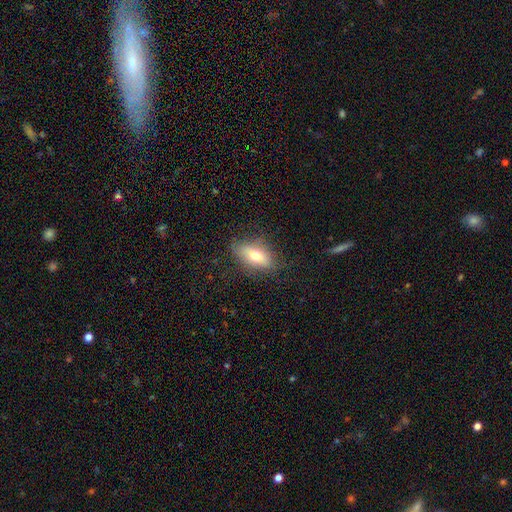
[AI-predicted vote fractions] smooth_or_featured: smooth (p=0.63) [alt: featured or disk p=0.27]
how_rounded: in between (p=0.80) [alt: cigar-shaped p=0.11]
merging: none (p=0.74) [alt: minor disturbance p=0.18]